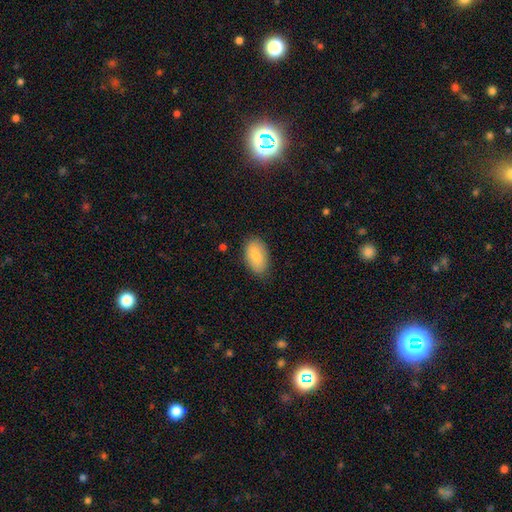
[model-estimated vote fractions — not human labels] This appears to be a smooth galaxy with no disk features (83%) that is in between round and cigar-shaped (93%). Merging: none (79%).